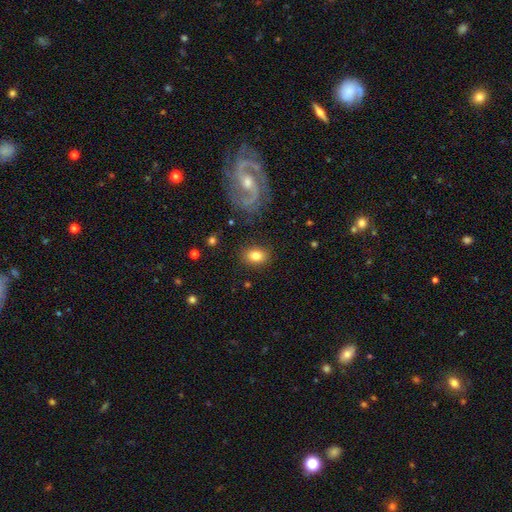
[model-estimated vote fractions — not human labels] smooth_or_featured: smooth (p=0.79) [alt: featured or disk p=0.12]
how_rounded: in between (p=0.68) [alt: round p=0.30]
merging: none (p=0.86) [alt: minor disturbance p=0.09]